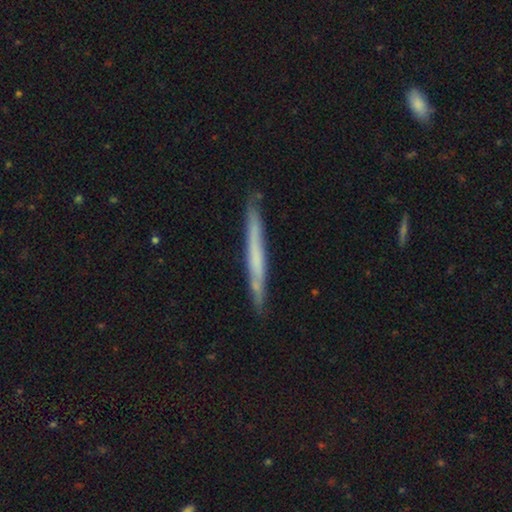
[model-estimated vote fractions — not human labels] smooth_or_featured: featured or disk (p=0.50) [alt: smooth p=0.44]
merging: none (p=0.85) [alt: minor disturbance p=0.11]